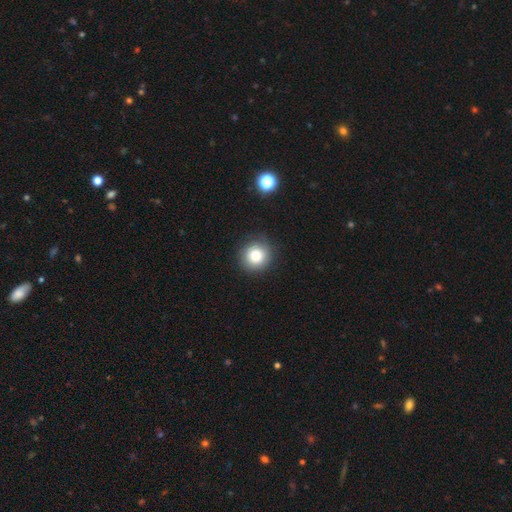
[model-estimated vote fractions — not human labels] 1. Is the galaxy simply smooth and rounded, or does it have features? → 82% smooth, 10% star or artifact, 8% featured or disk.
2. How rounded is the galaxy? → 91% round, 8% in between, 1% cigar-shaped.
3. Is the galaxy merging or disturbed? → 86% none, 10% minor disturbance, 3% major disturbance, 1% merger.